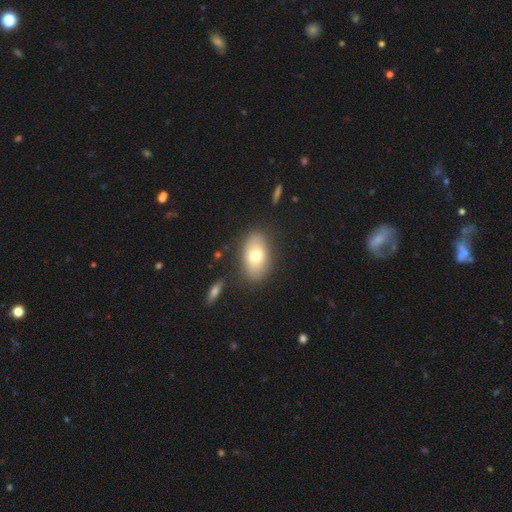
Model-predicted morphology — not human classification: smooth_or_featured: smooth (p=0.73) [alt: featured or disk p=0.20]
how_rounded: in between (p=0.89) [alt: round p=0.10]
merging: none (p=0.80) [alt: minor disturbance p=0.12]